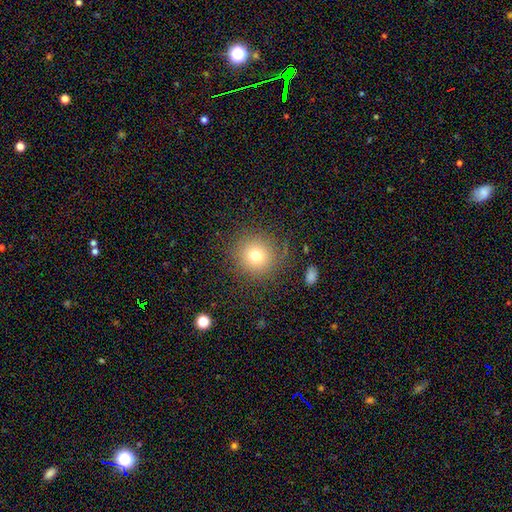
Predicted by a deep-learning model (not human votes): A smooth galaxy with no disk features (73%) that is round (93%). Merging: none (84%).